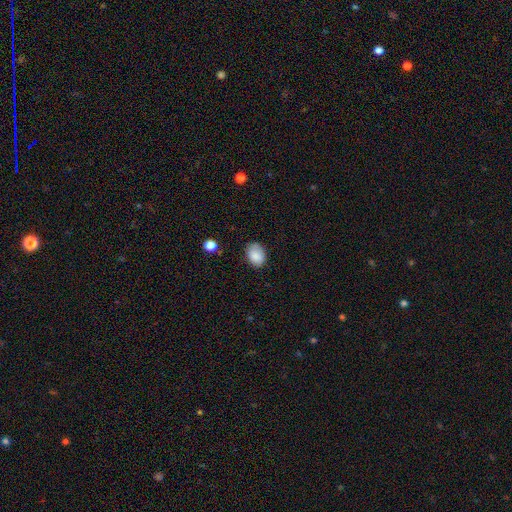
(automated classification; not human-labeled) A smooth galaxy with no disk features (86%) that is in between round and cigar-shaped (69%).

Vote fractions:
- Smooth or featured? smooth: 86% / star or artifact: 9% / featured or disk: 6%
- How rounded? in between: 69% / round: 30% / cigar-shaped: 1%
- Merging? none: 72% / minor disturbance: 22% / major disturbance: 4% / merger: 2%